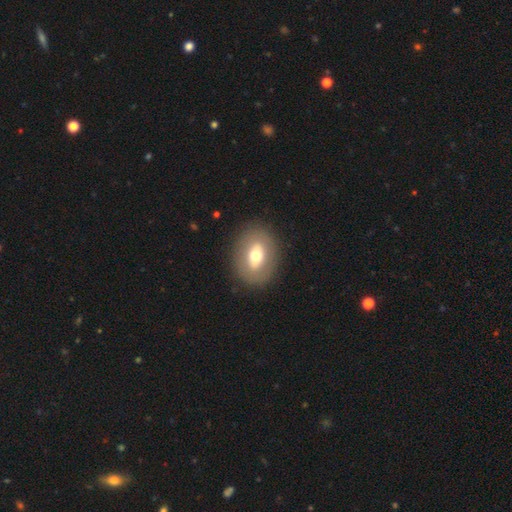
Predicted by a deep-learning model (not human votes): Smooth or featured? smooth (59%)
How rounded? in between (68%)
Merging? none (86%)